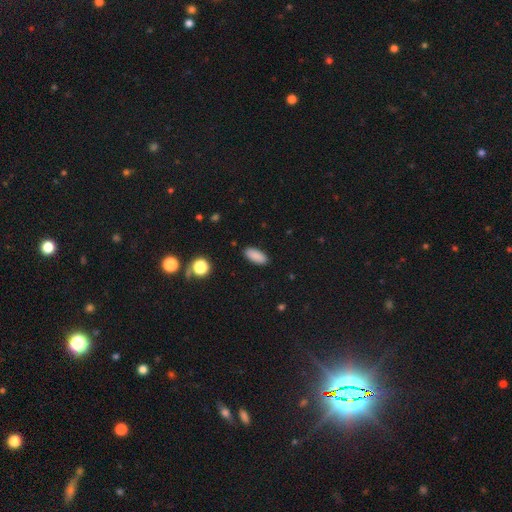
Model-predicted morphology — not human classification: This is clearly a smooth galaxy (88%). How rounded: clearly in between (85%). Merging: clearly none (89%).